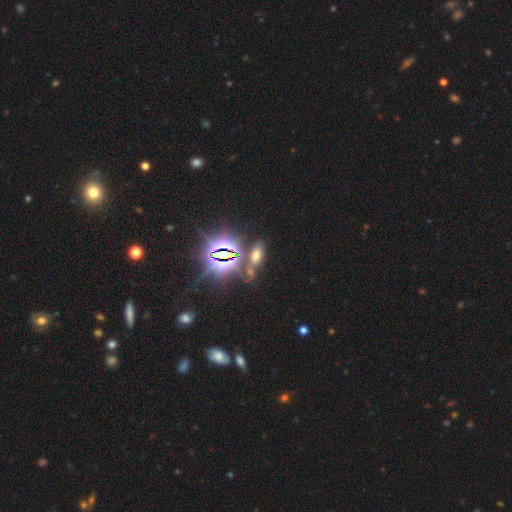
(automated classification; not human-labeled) Overall: star or artifact (47%; smooth 42%).